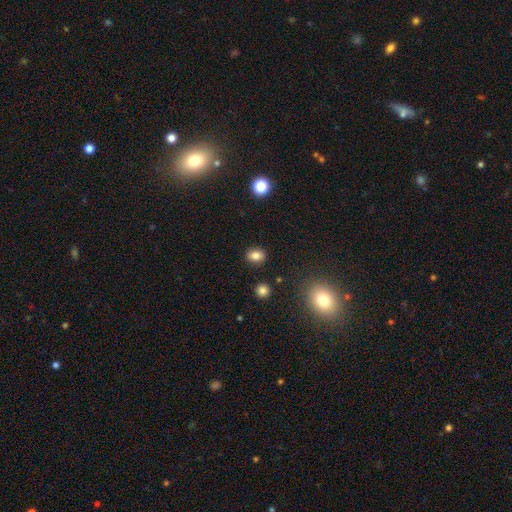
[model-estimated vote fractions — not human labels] This appears to be a smooth galaxy with no disk features (82%) that is in between round and cigar-shaped (59%). Merging: none (87%).